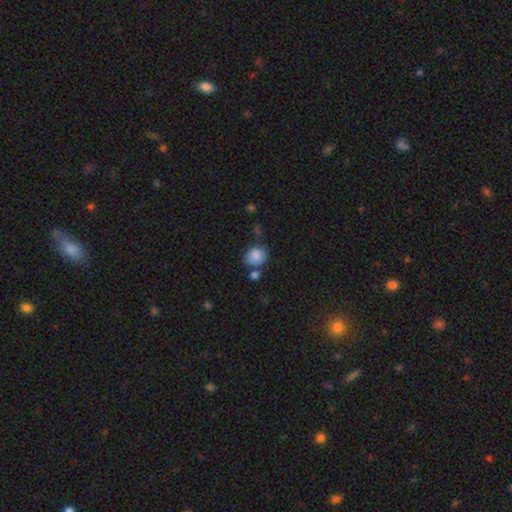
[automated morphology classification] Smooth or featured? Predicted: smooth (p=0.84). How rounded? Predicted: round (p=0.56). Merging? Predicted: none (p=0.55).